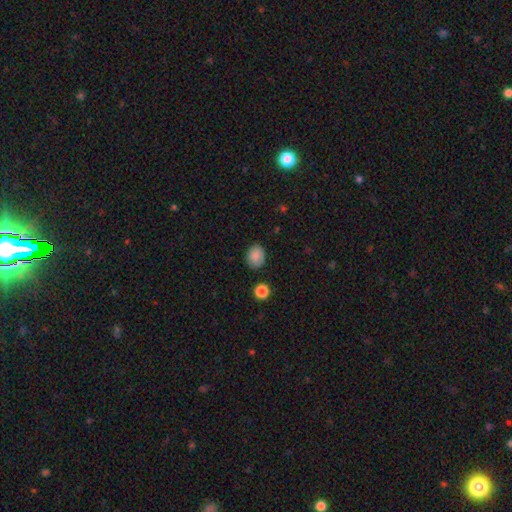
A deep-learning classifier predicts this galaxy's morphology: This is clearly a smooth galaxy (87%). How rounded: possibly round (55%). Merging: clearly none (83%).